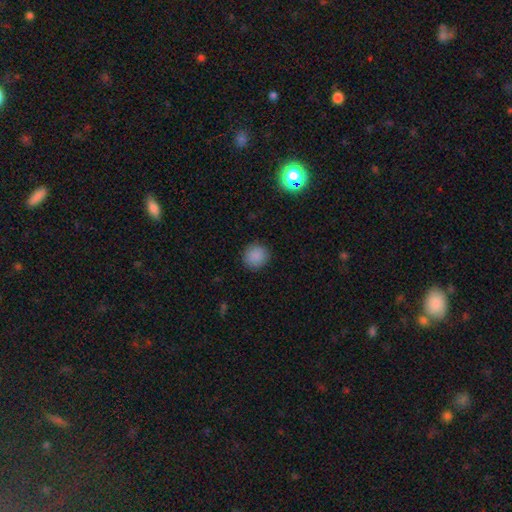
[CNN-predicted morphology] Smooth or featured?
  - smooth: 88% *
  - star or artifact: 9%
  - featured or disk: 3%
How rounded?
  - round: 90% *
  - in between: 9%
  - cigar-shaped: 1%
Merging?
  - none: 90% *
  - minor disturbance: 7%
  - major disturbance: 2%
  - merger: 1%